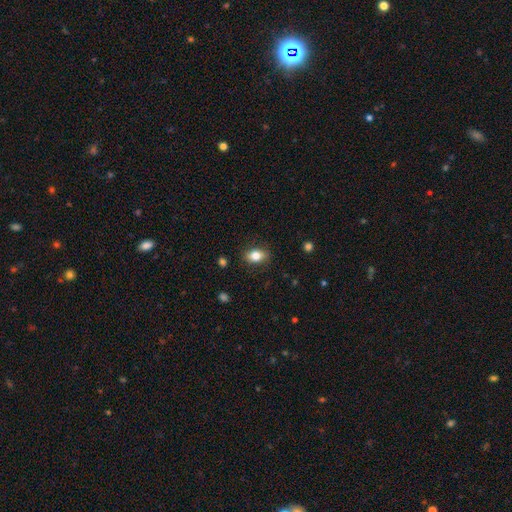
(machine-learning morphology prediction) Q: Smooth or featured?
A: smooth (81%); runner-up: featured or disk (10%)
Q: How rounded?
A: in between (82%); runner-up: round (15%)
Q: Merging?
A: none (86%); runner-up: minor disturbance (11%)